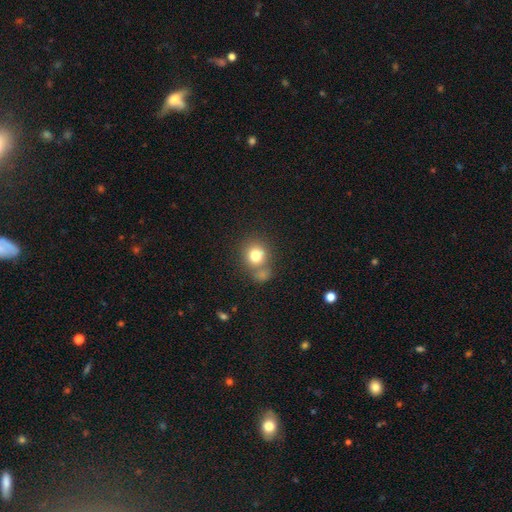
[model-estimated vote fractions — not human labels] Q: Smooth or featured?
A: smooth (78%); runner-up: star or artifact (12%)
Q: How rounded?
A: round (82%); runner-up: in between (17%)
Q: Merging?
A: none (57%); runner-up: merger (26%)